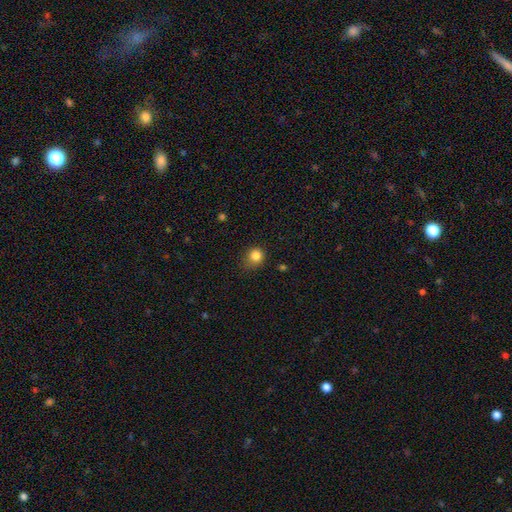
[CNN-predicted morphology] Overall: smooth (83%). How rounded: round (81%). Merging: none (66%; minor disturbance 26%).